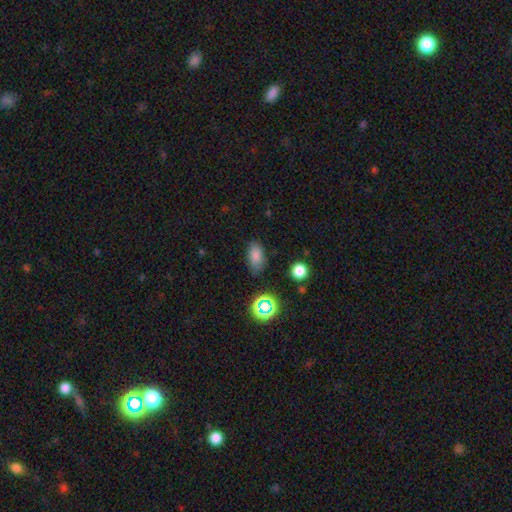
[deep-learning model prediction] The model was most divided on "merging": none: 76%, minor disturbance: 17%, major disturbance: 4%, merger: 3%. More confident: how rounded — in between (88%); smooth or featured — smooth (77%).